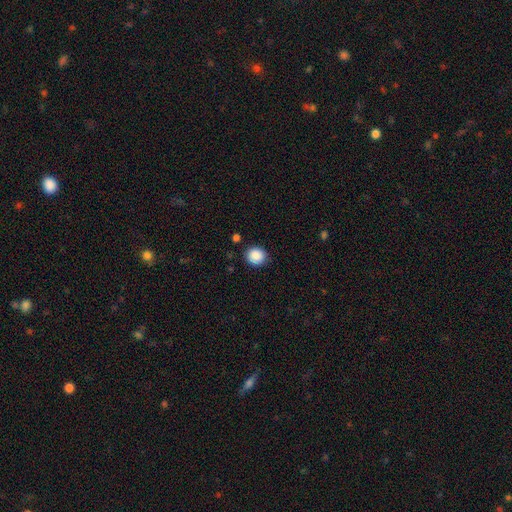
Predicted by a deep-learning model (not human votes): smooth_or_featured: smooth (p=0.88) [alt: star or artifact p=0.09]
how_rounded: round (p=0.83) [alt: in between p=0.16]
merging: none (p=0.87) [alt: minor disturbance p=0.08]